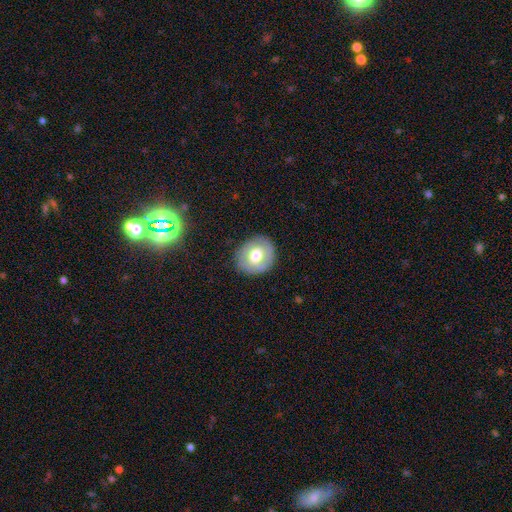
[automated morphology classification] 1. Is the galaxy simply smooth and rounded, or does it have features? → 59% smooth, 33% featured or disk, 7% star or artifact.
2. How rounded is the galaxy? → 71% round, 28% in between, 1% cigar-shaped.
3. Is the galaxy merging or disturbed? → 85% none, 11% minor disturbance, 4% major disturbance, 1% merger.